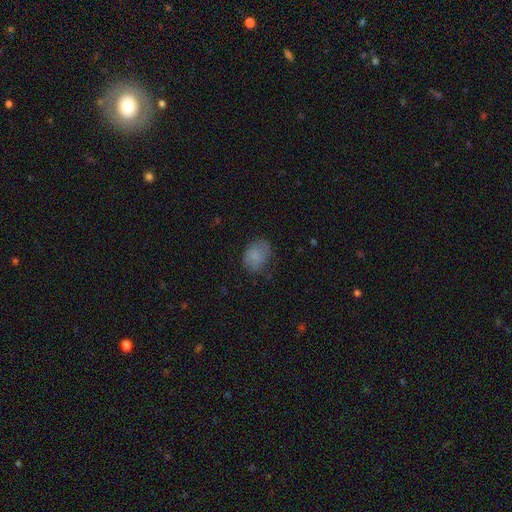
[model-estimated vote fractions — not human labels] smooth 81%, featured or disk 11%, star or artifact 8%. Down the decision tree: how rounded — in between (65%); merging — none (66%).